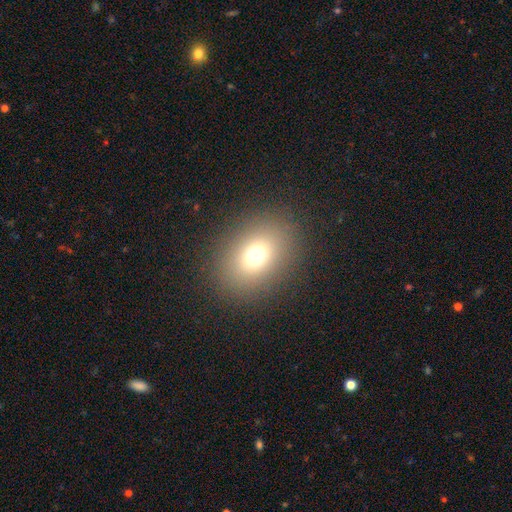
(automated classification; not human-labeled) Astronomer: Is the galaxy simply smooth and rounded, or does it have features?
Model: smooth — 71%.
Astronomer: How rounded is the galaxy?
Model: in between — 57% (runner-up: round, 42%).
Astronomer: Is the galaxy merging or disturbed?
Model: none — 86%.